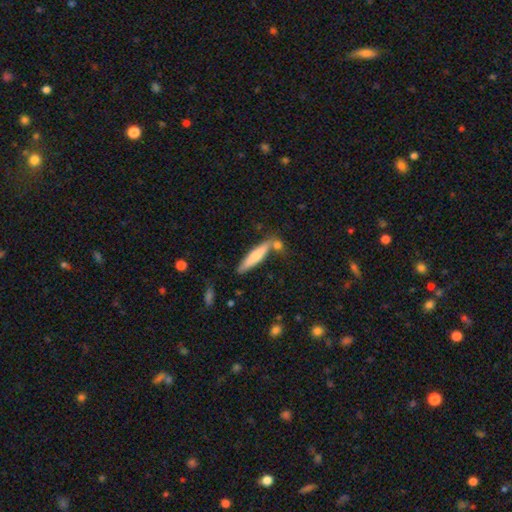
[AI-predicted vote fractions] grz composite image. It shows a smooth galaxy with no disk features (63%) that is cigar-shaped (86%). Merging: none (70%).